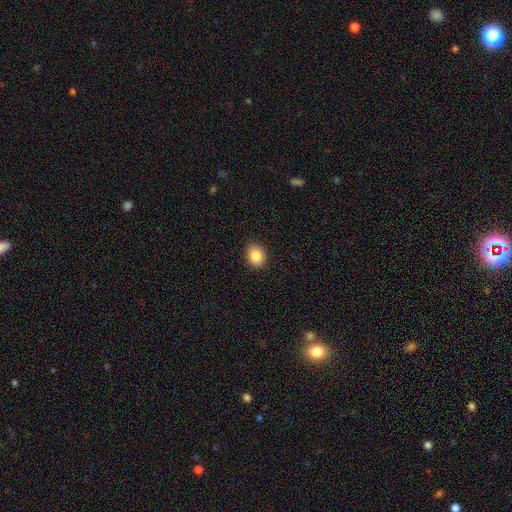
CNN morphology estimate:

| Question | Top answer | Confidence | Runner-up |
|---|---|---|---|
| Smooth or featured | smooth | 86% | star or artifact (8%) |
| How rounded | in between | 56% | round (43%) |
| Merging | none | 90% | minor disturbance (7%) |